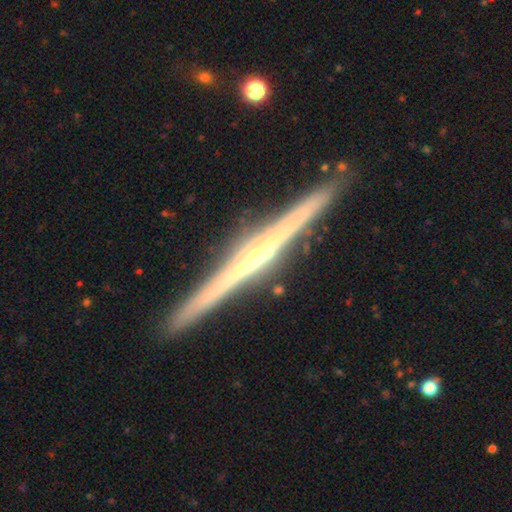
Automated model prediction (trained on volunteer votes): Smooth or featured: featured or disk — 86% (smooth — 9%)
Edge-on disk: yes — 98% (no — 2%)
Edge-on bulge: rounded — 66% (none — 25%)
Merging: none — 91% (minor disturbance — 6%)